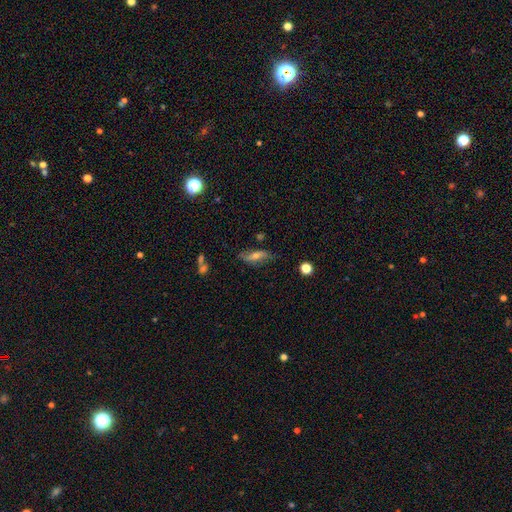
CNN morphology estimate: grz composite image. It shows a featured or disk galaxy (46%). Merging: none (72%).